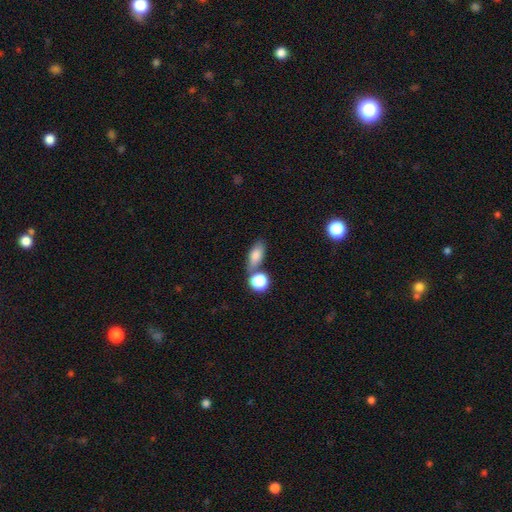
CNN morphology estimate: The model was most divided on "merging": none: 57%, merger: 25%, minor disturbance: 13%, major disturbance: 5%. More confident: smooth or featured — smooth (81%); how rounded — in between (79%).